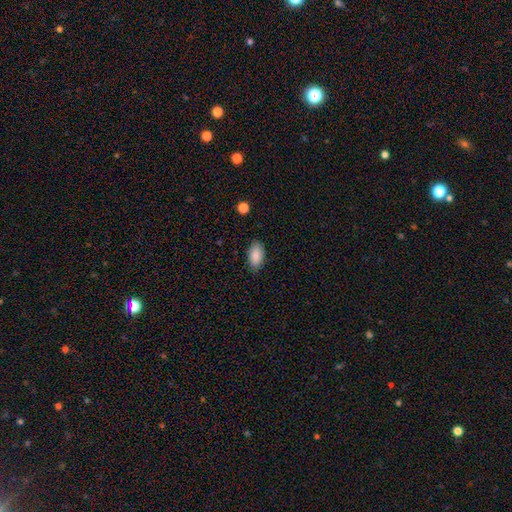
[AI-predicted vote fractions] smooth_or_featured: smooth (p=0.88) [alt: star or artifact p=0.07]
how_rounded: in between (p=0.94) [alt: round p=0.04]
merging: none (p=0.83) [alt: minor disturbance p=0.13]